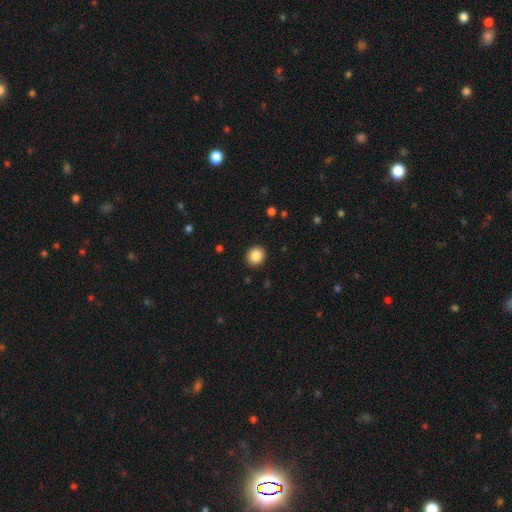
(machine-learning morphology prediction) Q: Smooth or featured?
A: smooth (86%); runner-up: star or artifact (9%)
Q: How rounded?
A: round (81%); runner-up: in between (18%)
Q: Merging?
A: none (92%); runner-up: minor disturbance (6%)